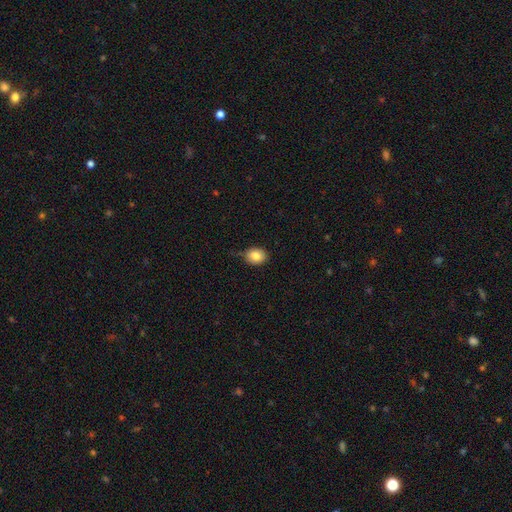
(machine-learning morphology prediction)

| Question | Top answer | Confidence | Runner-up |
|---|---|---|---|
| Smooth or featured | smooth | 84% | star or artifact (9%) |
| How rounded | in between | 53% | round (46%) |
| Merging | none | 79% | minor disturbance (17%) |